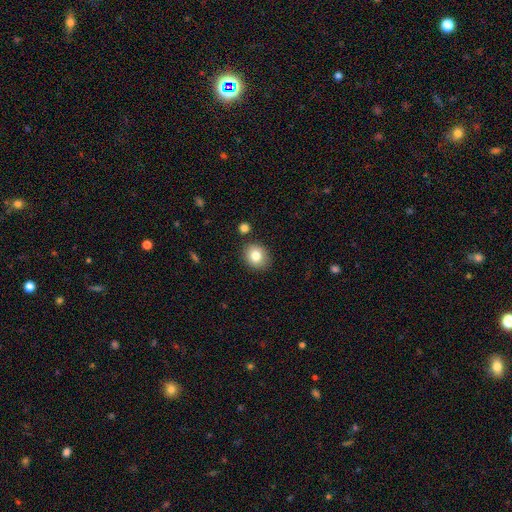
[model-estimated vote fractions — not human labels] smooth 82%, star or artifact 9%, featured or disk 9%. Down the decision tree: how rounded — round (72%); merging — none (85%).